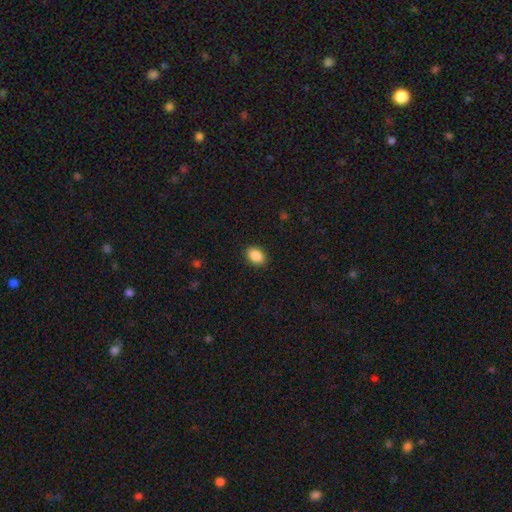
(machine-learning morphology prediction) type=smooth (89%); roundness=in between (83%); merging=none (89%).